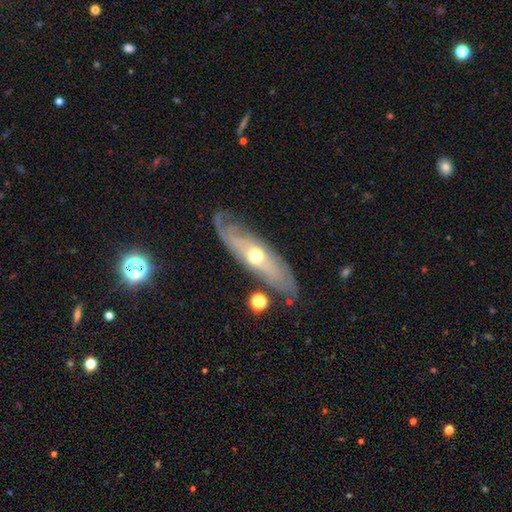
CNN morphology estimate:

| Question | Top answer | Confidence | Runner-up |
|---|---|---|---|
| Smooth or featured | featured or disk | 72% | smooth (22%) |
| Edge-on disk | no | 67% | yes (33%) |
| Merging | none | 74% | minor disturbance (16%) |